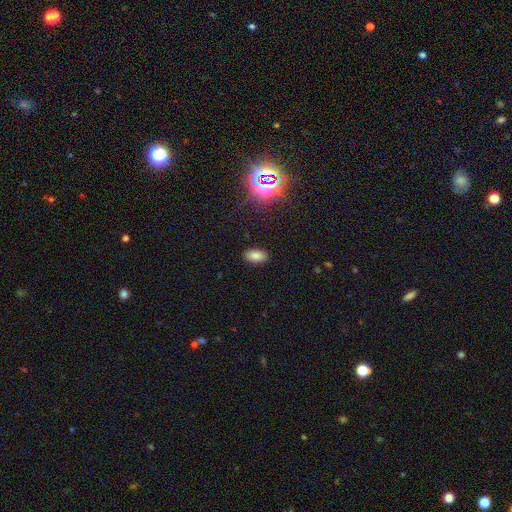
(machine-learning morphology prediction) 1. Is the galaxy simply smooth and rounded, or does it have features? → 78% smooth, 15% star or artifact, 7% featured or disk.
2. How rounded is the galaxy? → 93% in between, 5% round, 2% cigar-shaped.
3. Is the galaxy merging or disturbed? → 88% none, 8% minor disturbance, 2% major disturbance, 1% merger.